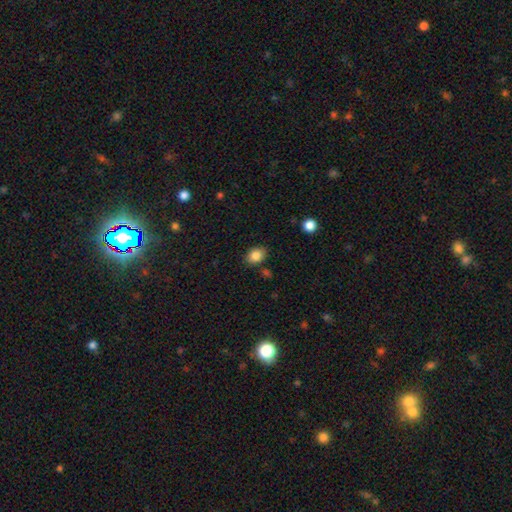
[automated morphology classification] Q: Smooth or featured?
A: smooth (85%); runner-up: star or artifact (9%)
Q: How rounded?
A: in between (61%); runner-up: round (38%)
Q: Merging?
A: none (82%); runner-up: minor disturbance (12%)